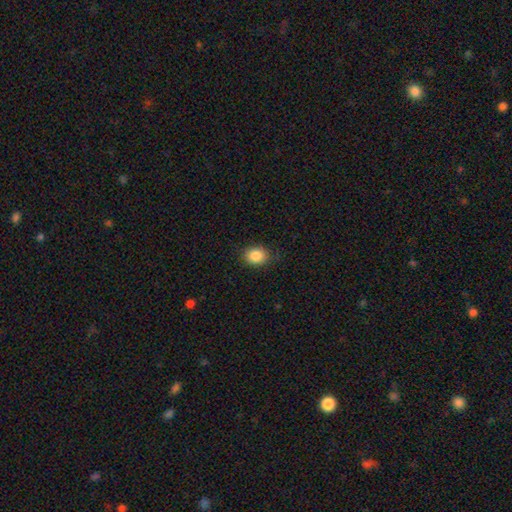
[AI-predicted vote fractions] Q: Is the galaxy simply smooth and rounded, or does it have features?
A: smooth — 87%.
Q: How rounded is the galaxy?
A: round — 51%.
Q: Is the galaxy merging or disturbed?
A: none — 81%.